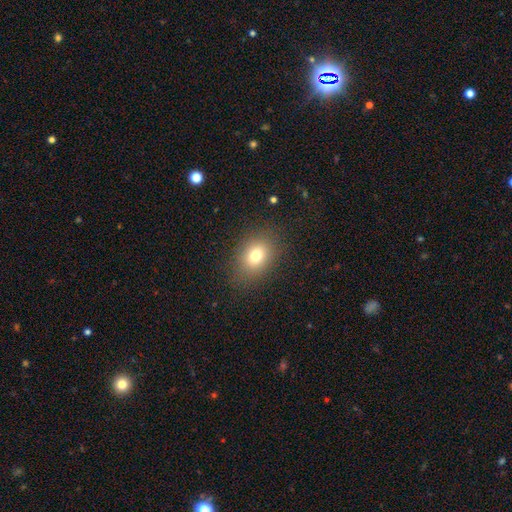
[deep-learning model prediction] This appears to be a smooth galaxy with no disk features (75%) that is in between round and cigar-shaped (61%). Merging: none (85%).